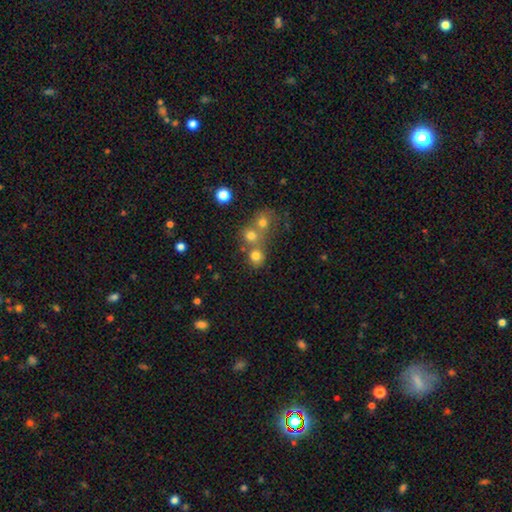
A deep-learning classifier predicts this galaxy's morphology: This appears to be a smooth galaxy with no disk features (75%) that is round (84%). Merging: none (56%).